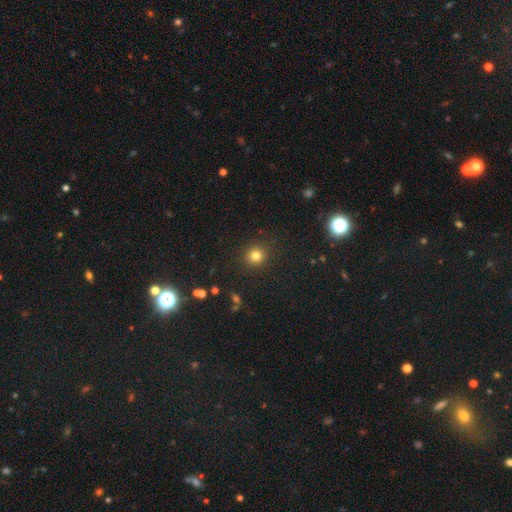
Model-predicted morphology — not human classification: Smooth or featured? Predicted: smooth (p=0.80). How rounded? Predicted: round (p=0.92). Merging? Predicted: none (p=0.90).